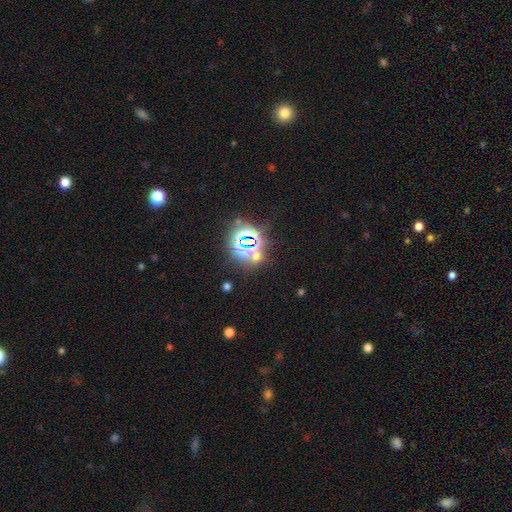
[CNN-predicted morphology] smooth-or-featured: star or artifact: 69% | smooth: 23% | featured or disk: 9%